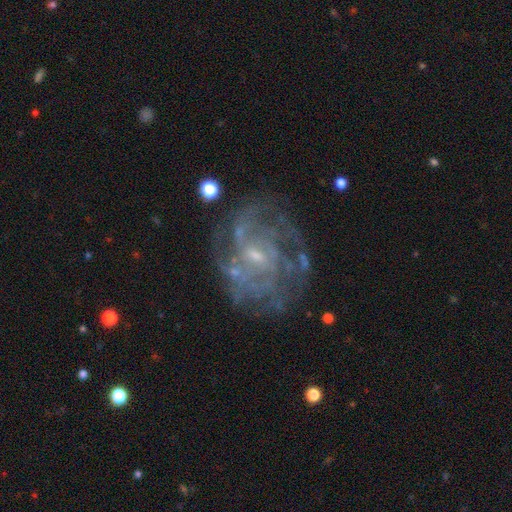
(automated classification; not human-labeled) featured or disk 83%, star or artifact 9%, smooth 8%. Down the decision tree: edge-on disk — no (98%); bar — no (53%); spiral arms — yes (84%); spiral arm count — can't tell (43%); spiral winding — tight (50%); bulge size — small (71%); merging — none (65%).